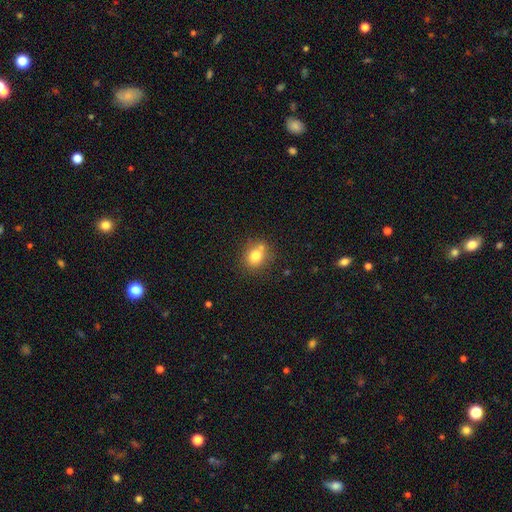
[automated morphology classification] Smooth or featured? smooth (77%)
How rounded? round (71%)
Merging? none (64%)